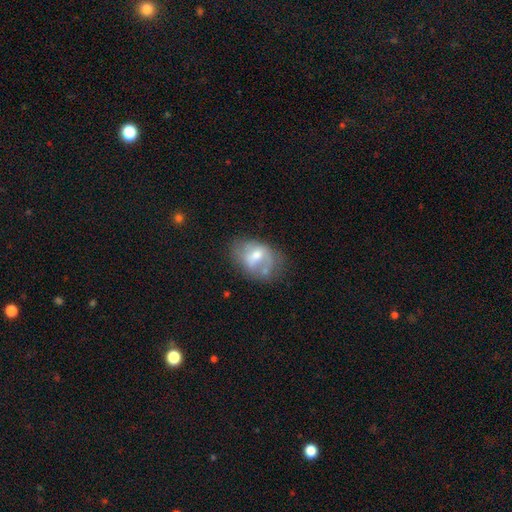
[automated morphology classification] smooth_or_featured: featured or disk (p=0.49) [alt: smooth p=0.43]
merging: none (p=0.41) [alt: minor disturbance p=0.29]